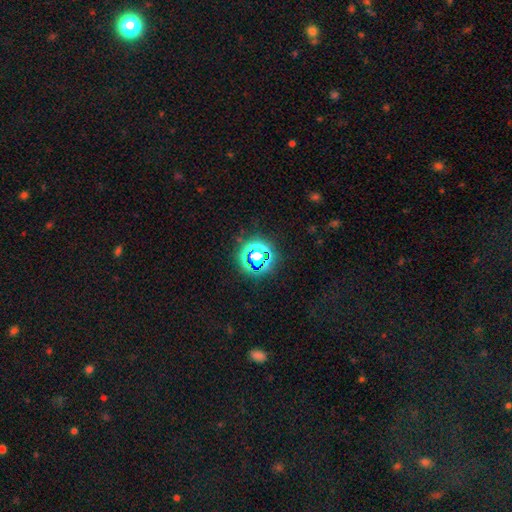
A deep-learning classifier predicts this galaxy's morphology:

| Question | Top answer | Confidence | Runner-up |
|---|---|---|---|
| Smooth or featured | star or artifact | 58% | smooth (30%) |